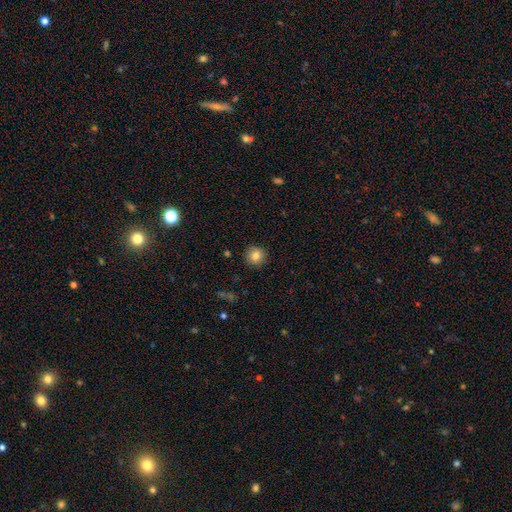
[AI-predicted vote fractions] Morphology: type=smooth (82%); roundness=round (93%); merging=none (90%).